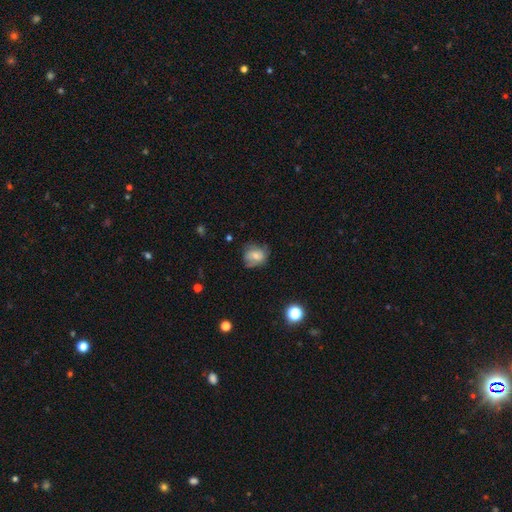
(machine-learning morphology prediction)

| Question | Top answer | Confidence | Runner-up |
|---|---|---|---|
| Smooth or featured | smooth | 65% | featured or disk (25%) |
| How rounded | round | 63% | in between (36%) |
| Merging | none | 57% | minor disturbance (30%) |